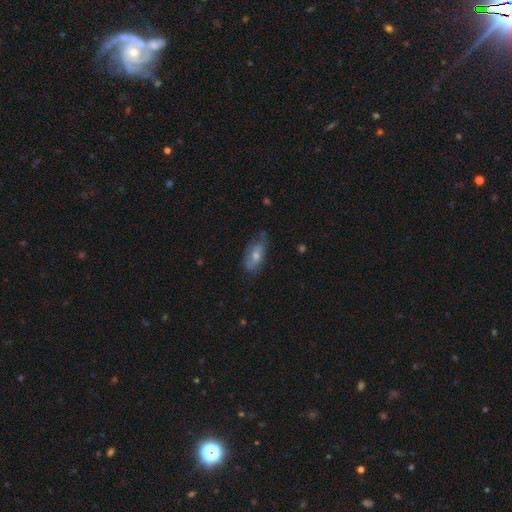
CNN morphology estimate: smooth-or-featured: smooth: 52% | featured or disk: 40% | star or artifact: 8%
  how-rounded: in between: 85% | cigar-shaped: 10% | round: 5%
  merging: none: 52% | minor disturbance: 33% | major disturbance: 12% | merger: 3%